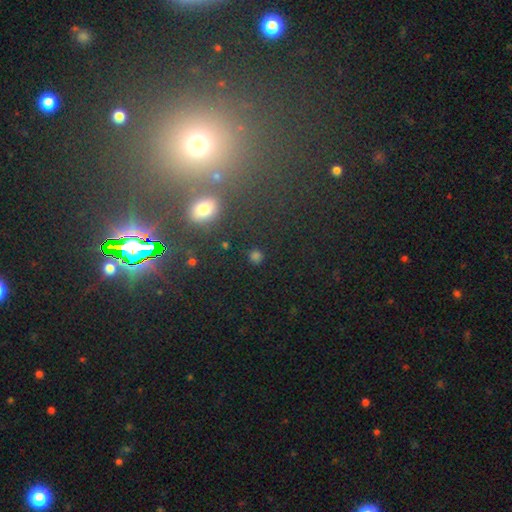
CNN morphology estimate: The model was most divided on "smooth or featured": smooth: 64%, star or artifact: 28%, featured or disk: 8%. More confident: merging — none (82%); how rounded — round (81%).